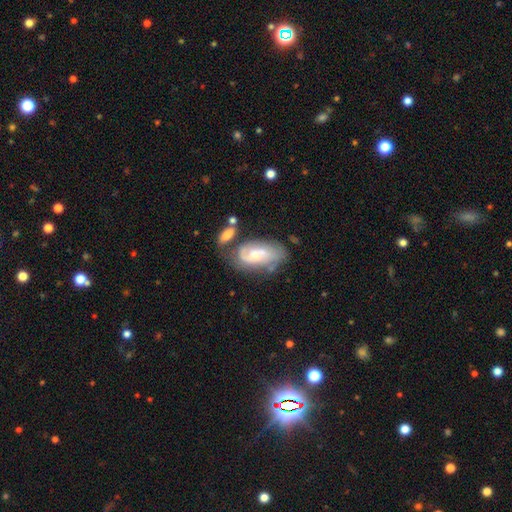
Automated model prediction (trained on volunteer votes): Smooth or featured? Predicted: featured or disk (p=0.64). Edge-on disk? Predicted: no (p=0.94). Bar? Predicted: no (p=0.62). Spiral arms? Predicted: yes (p=0.82). Bulge size? Predicted: moderate (p=0.47). Merging? Predicted: none (p=0.43).